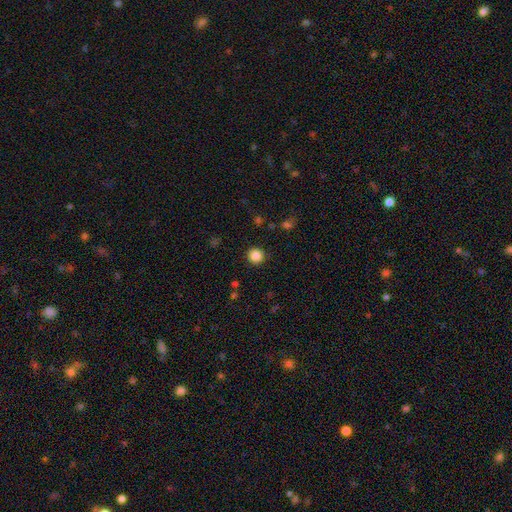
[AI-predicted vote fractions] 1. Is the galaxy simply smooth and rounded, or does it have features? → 86% smooth, 11% star or artifact, 4% featured or disk.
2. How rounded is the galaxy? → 94% round, 5% in between, 1% cigar-shaped.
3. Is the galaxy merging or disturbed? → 91% none, 6% minor disturbance, 2% major disturbance, 1% merger.